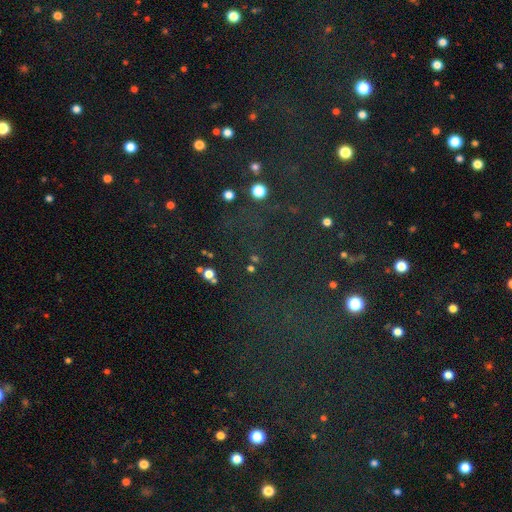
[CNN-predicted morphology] type=star or artifact (76%).